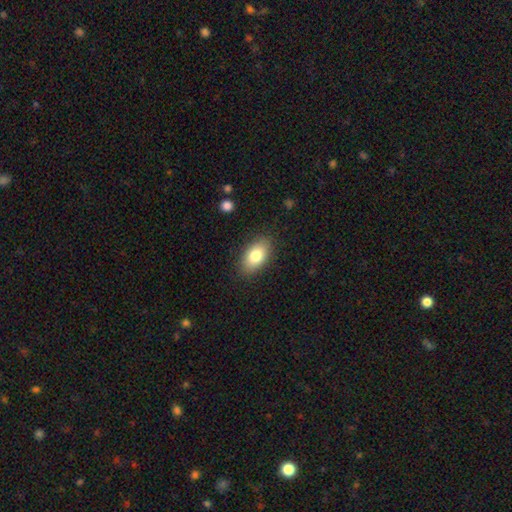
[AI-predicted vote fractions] Overall: smooth (81%). How rounded: in between (91%). Merging: none (86%).